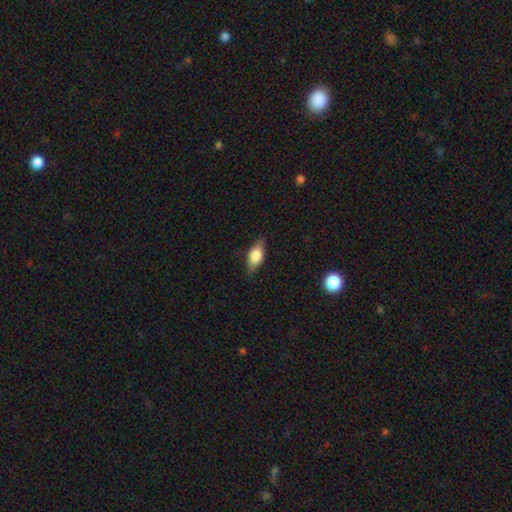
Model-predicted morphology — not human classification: Smooth or featured: smooth — 73% (featured or disk — 19%)
How rounded: in between — 84% (cigar-shaped — 10%)
Merging: none — 79% (minor disturbance — 16%)